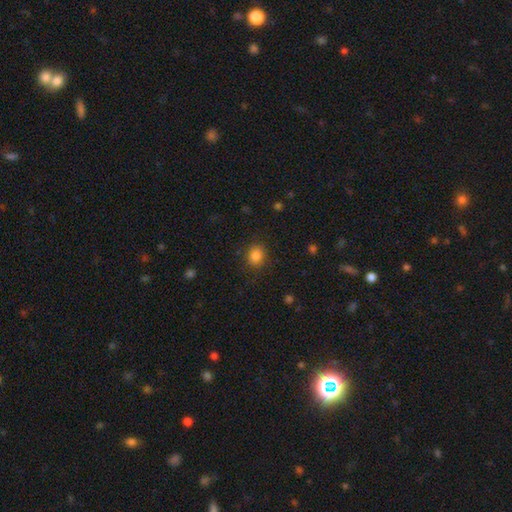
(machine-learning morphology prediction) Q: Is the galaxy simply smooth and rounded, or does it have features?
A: smooth — 84%.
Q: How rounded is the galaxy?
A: round — 63%.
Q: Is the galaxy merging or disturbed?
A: none — 86%.